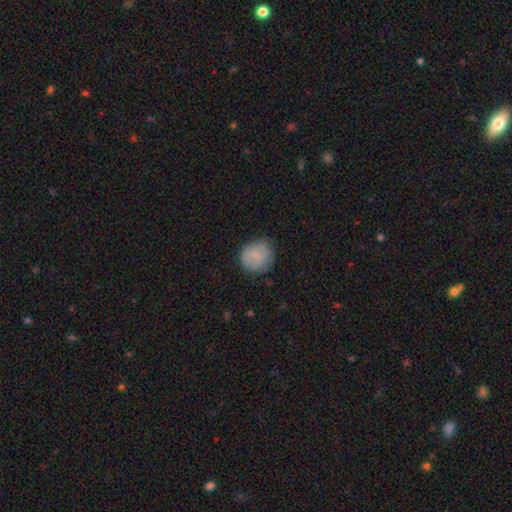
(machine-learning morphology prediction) Overall: smooth (78%). How rounded: round (85%). Merging: none (78%).